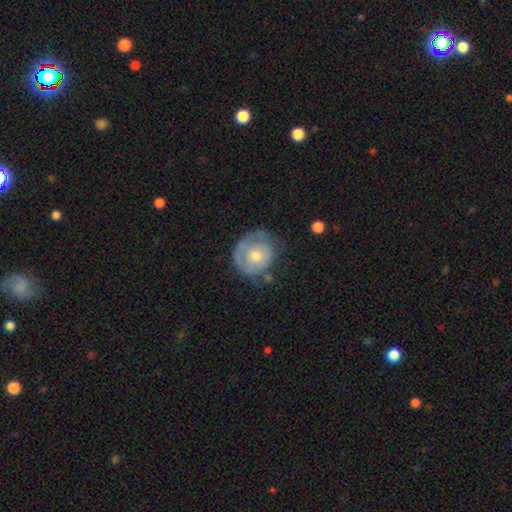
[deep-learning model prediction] Smooth or featured? smooth (48%)
Merging? none (54%)